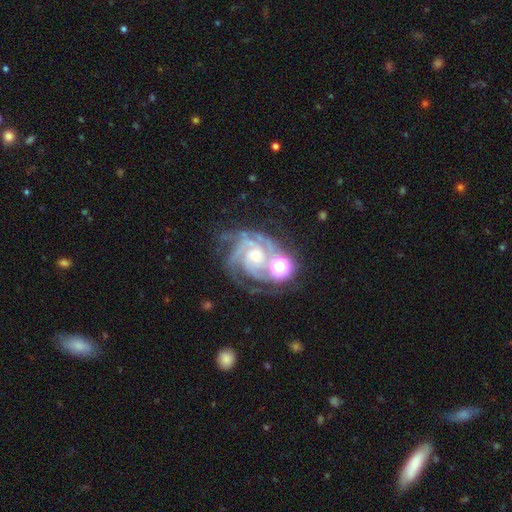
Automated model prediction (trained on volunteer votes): A featured or disk galaxy (88%) with no bar (70%), 3 (45%) tight (67%) spiral arms (98%) and a small central bulge (49%). Merging: none (54%).